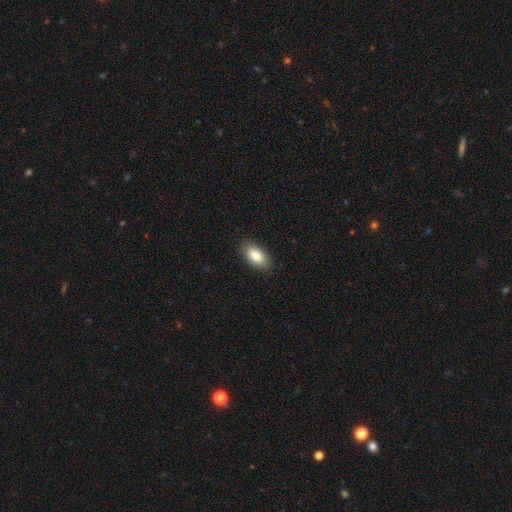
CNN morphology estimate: type=smooth (83%); roundness=in between (93%); merging=none (88%).